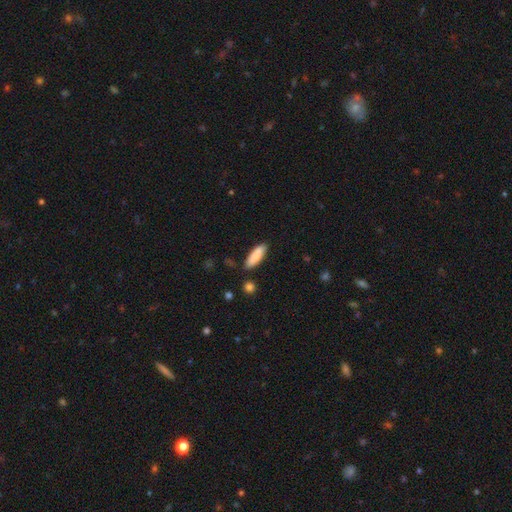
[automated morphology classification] type=smooth (86%); roundness=cigar-shaped (56%); merging=none (85%).